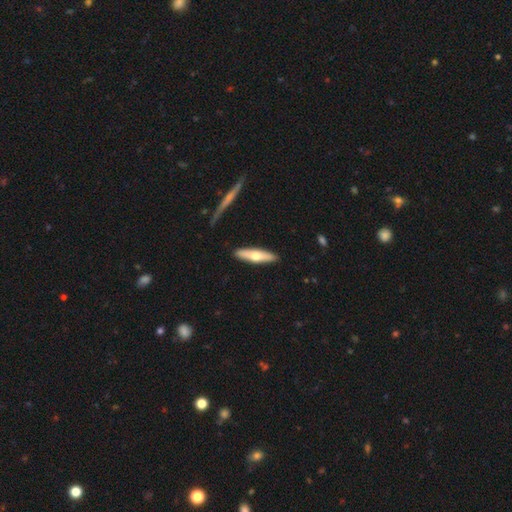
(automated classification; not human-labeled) smooth_or_featured: smooth (p=0.52) [alt: featured or disk p=0.42]
how_rounded: cigar-shaped (p=0.74) [alt: in between p=0.24]
merging: none (p=0.89) [alt: minor disturbance p=0.08]